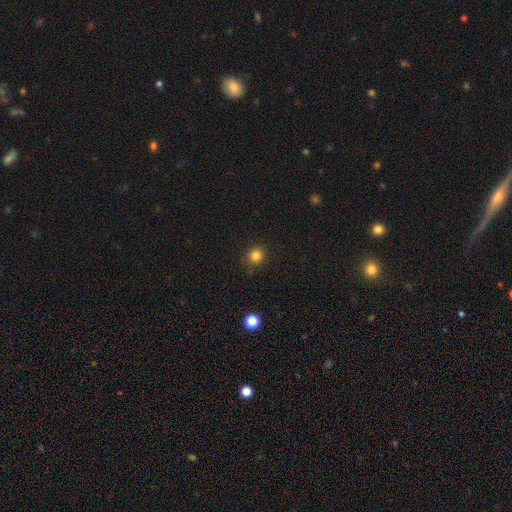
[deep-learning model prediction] Smooth or featured? Predicted: smooth (p=0.83). How rounded? Predicted: round (p=0.91). Merging? Predicted: none (p=0.88).